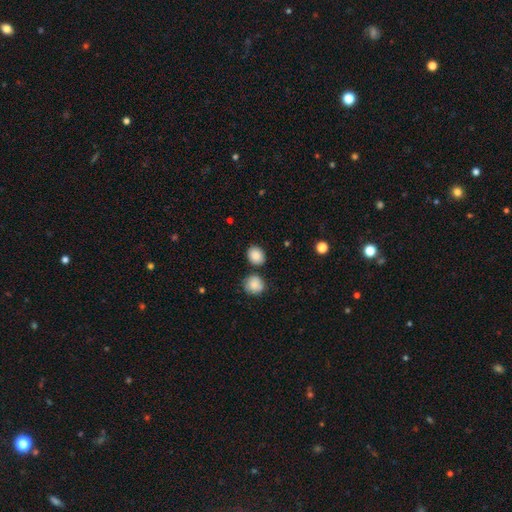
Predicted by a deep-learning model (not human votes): smooth 87%, star or artifact 8%, featured or disk 5%. Down the decision tree: how rounded — round (57%); merging — none (79%).